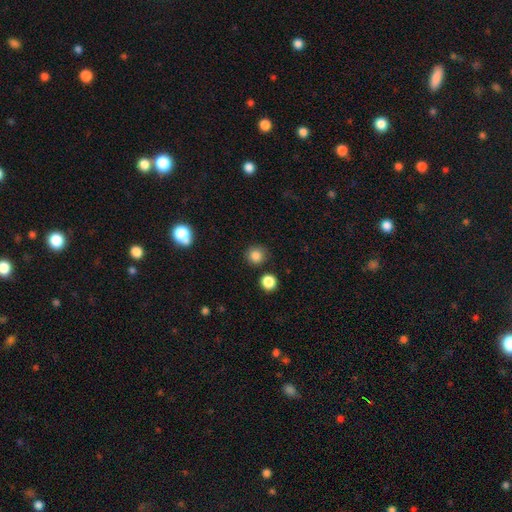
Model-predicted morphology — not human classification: This appears to be a smooth galaxy with no disk features (84%) that is round (92%). Merging: none (82%).